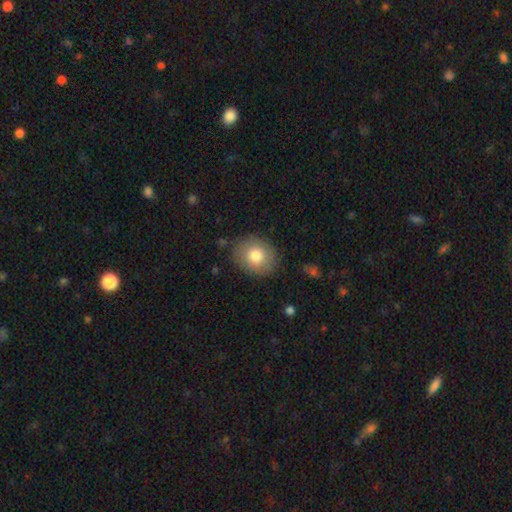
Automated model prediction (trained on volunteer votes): Q: Smooth or featured?
A: smooth (78%); runner-up: featured or disk (14%)
Q: How rounded?
A: round (65%); runner-up: in between (34%)
Q: Merging?
A: none (83%); runner-up: minor disturbance (12%)